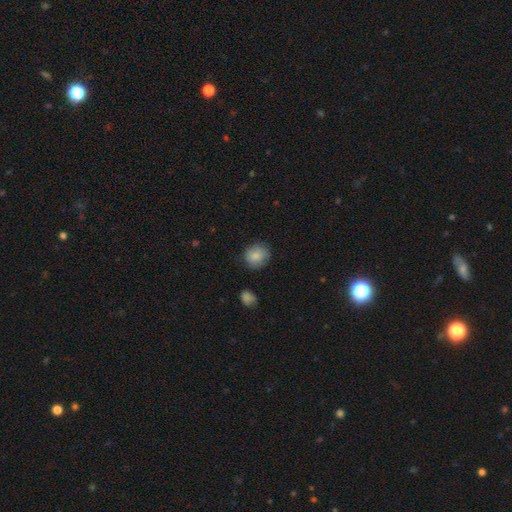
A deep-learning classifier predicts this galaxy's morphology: A smooth galaxy with no disk features (83%) that is round (81%).

Vote fractions:
- Smooth or featured? smooth: 83% / featured or disk: 9% / star or artifact: 8%
- How rounded? round: 81% / in between: 18% / cigar-shaped: 1%
- Merging? none: 78% / minor disturbance: 16% / major disturbance: 4% / merger: 2%